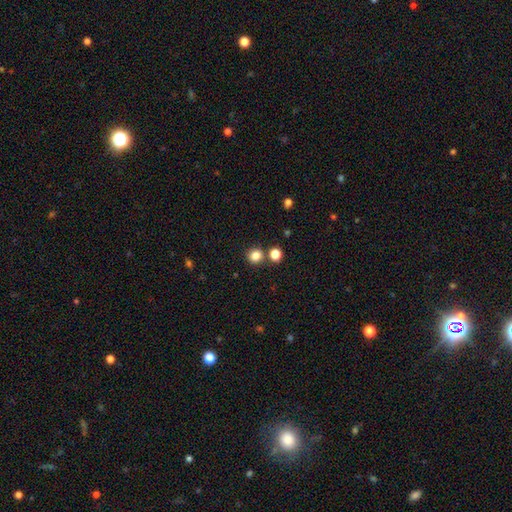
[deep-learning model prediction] Overall: smooth (83%). How rounded: round (89%). Merging: none (80%).